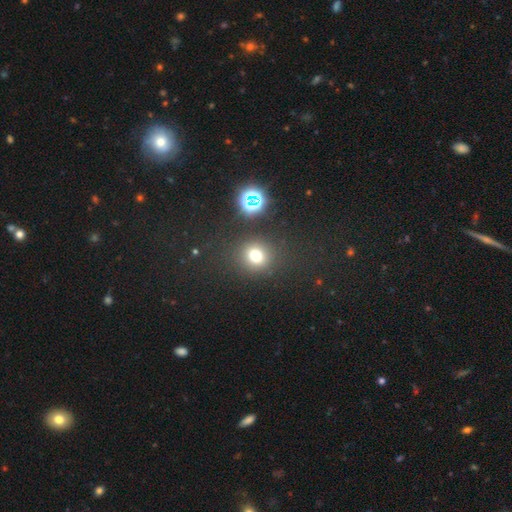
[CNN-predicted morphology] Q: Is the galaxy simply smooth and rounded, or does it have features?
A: smooth — 71%.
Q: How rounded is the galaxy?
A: round — 85%.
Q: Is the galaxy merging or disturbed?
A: none — 85%.